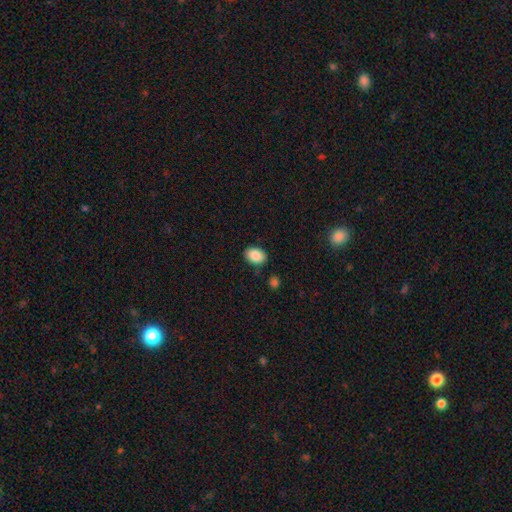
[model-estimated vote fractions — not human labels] Smooth or featured: smooth — 88% (star or artifact — 8%)
How rounded: in between — 79% (round — 20%)
Merging: none — 84% (minor disturbance — 11%)